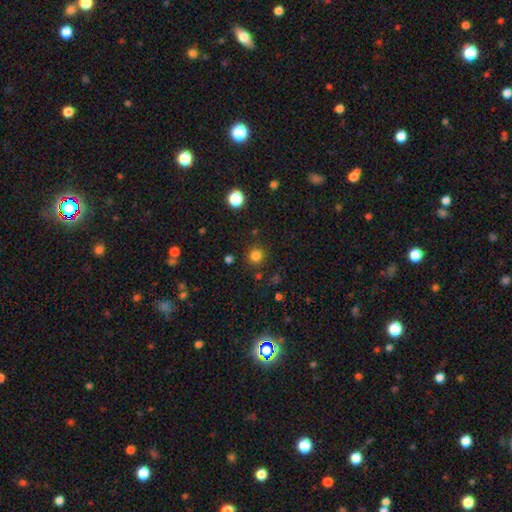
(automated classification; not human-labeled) Overall: smooth (80%). How rounded: round (93%). Merging: none (86%).